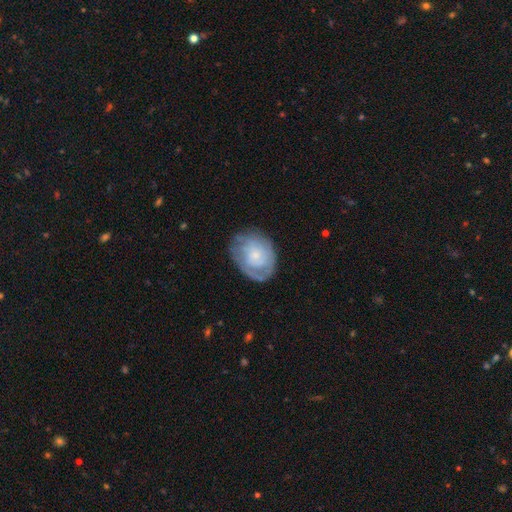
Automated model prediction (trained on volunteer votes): Smooth or featured? Predicted: featured or disk (p=0.64). Edge-on disk? Predicted: no (p=0.97). Bar? Predicted: no (p=0.77). Spiral arms? Predicted: yes (p=0.80). Bulge size? Predicted: small (p=0.63). Merging? Predicted: none (p=0.68).